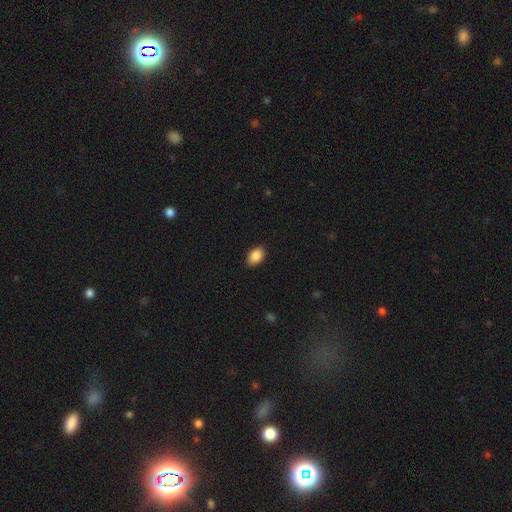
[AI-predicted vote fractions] The model was most divided on "how rounded": in between: 88%, round: 11%, cigar-shaped: 1%. More confident: smooth or featured — smooth (89%); merging — none (88%).